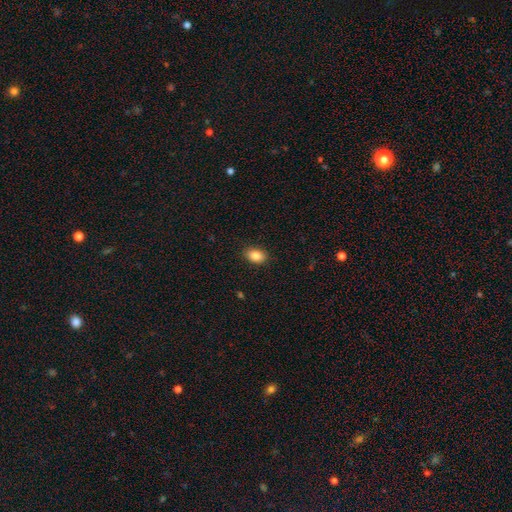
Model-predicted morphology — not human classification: A smooth galaxy with no disk features (87%) that is in between round and cigar-shaped (83%). Merging: none (88%).